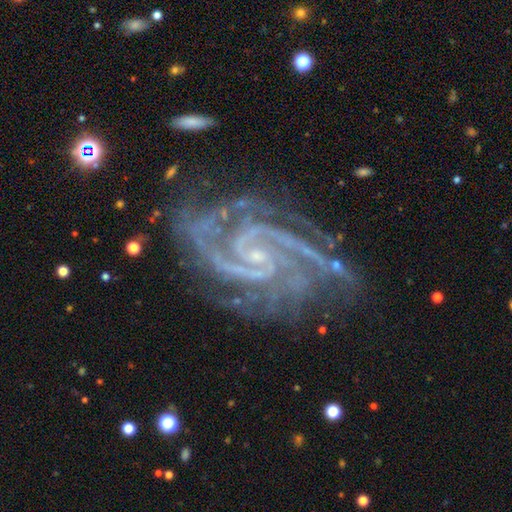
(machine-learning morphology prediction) A featured or disk galaxy (93%) with no bar (50%), 2 (43%) tight (59%) spiral arms (99%) and a small central bulge (84%).

Vote fractions:
- Smooth or featured? featured or disk: 93% / star or artifact: 5% / smooth: 2%
- Edge-on disk? no: 98% / yes: 2%
- Bar? no: 50% / weak: 33% / strong: 17%
- Spiral arms? yes: 99% / no: 1%
- Spiral winding? tight: 59% / medium: 36% / loose: 4%
- Spiral arm count? 2: 43% / 3: 20% / 4: 11% / can't tell: 9% / more than 4: 8% / 1: 7%
- Bulge size? small: 84% / moderate: 8% / none: 6% / large: 1% / dominant: 1%
- Merging? none: 71% / minor disturbance: 19% / major disturbance: 8% / merger: 2%